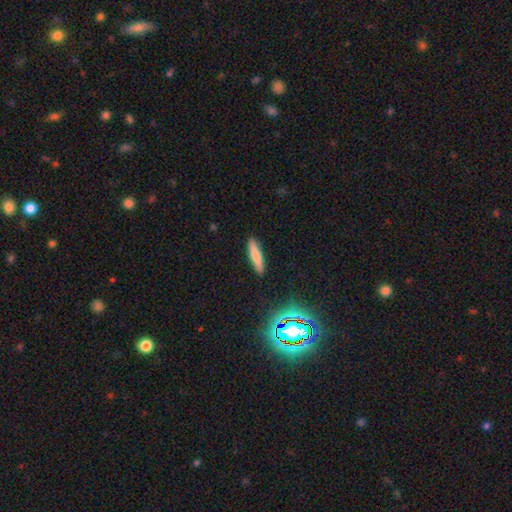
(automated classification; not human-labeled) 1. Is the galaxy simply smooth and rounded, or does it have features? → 75% smooth, 17% featured or disk, 9% star or artifact.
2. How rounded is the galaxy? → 84% cigar-shaped, 14% in between, 2% round.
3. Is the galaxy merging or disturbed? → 89% none, 7% minor disturbance, 2% major disturbance, 1% merger.